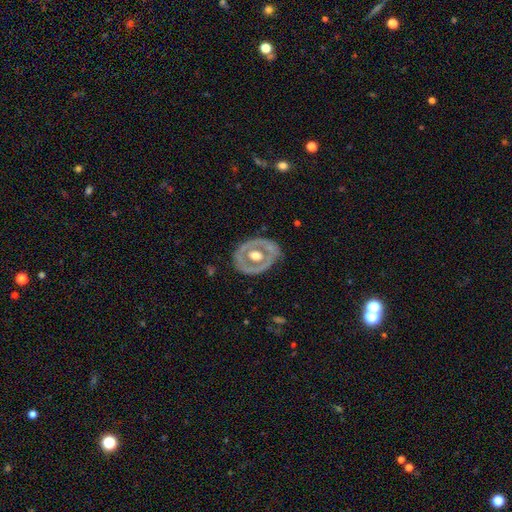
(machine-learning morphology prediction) smooth_or_featured: featured or disk (p=0.65) [alt: smooth p=0.30]
disk_edge_on: no (p=0.93) [alt: yes p=0.07]
bar: no (p=0.83) [alt: weak p=0.13]
has_spiral_arms: no (p=0.88) [alt: yes p=0.12]
bulge_size: moderate (p=0.64) [alt: large p=0.29]
merging: none (p=0.75) [alt: minor disturbance p=0.17]